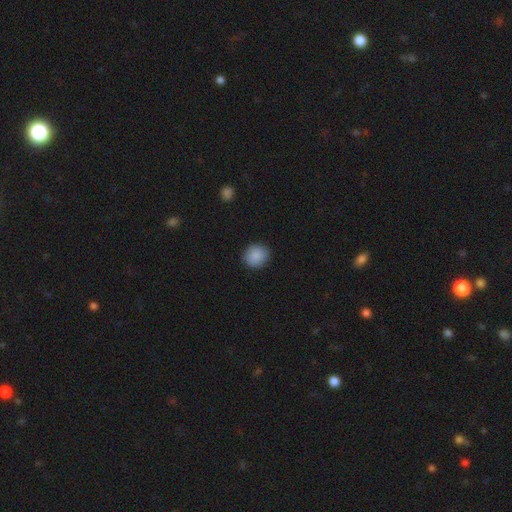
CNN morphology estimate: Q: Smooth or featured?
A: smooth (89%); runner-up: star or artifact (8%)
Q: How rounded?
A: round (87%); runner-up: in between (12%)
Q: Merging?
A: none (90%); runner-up: minor disturbance (7%)